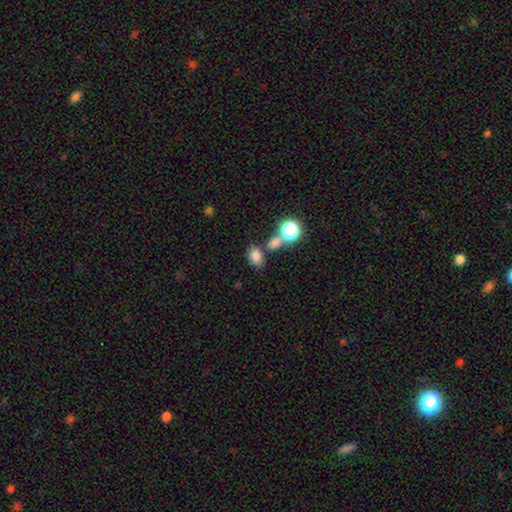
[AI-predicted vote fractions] A smooth galaxy with no disk features (79%) that is in between round and cigar-shaped (73%). Merging: none (56%).